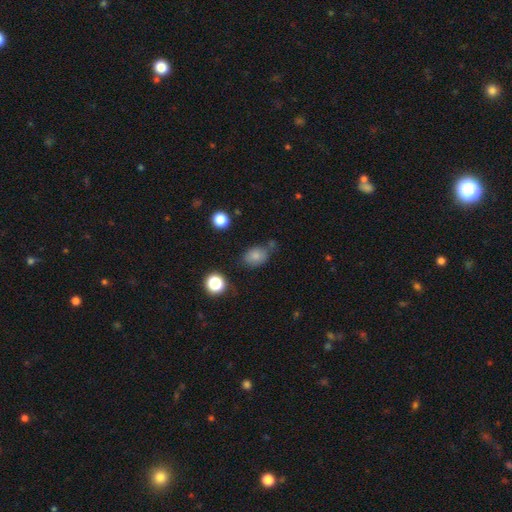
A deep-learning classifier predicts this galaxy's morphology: smooth_or_featured: smooth (p=0.80) [alt: star or artifact p=0.12]
how_rounded: in between (p=0.70) [alt: round p=0.29]
merging: none (p=0.61) [alt: minor disturbance p=0.22]